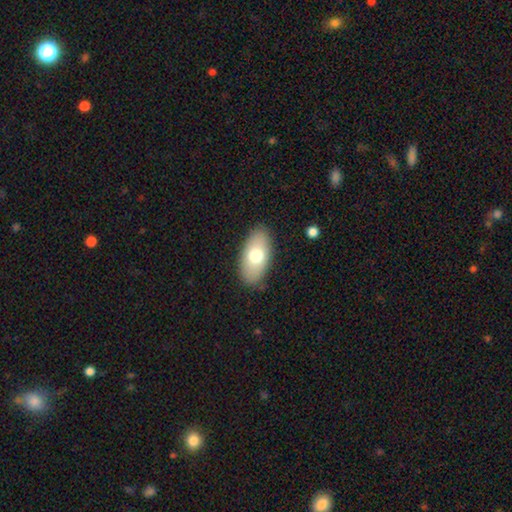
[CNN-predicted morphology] This is likely a smooth galaxy (72%). How rounded: clearly in between (93%). Merging: clearly none (86%).